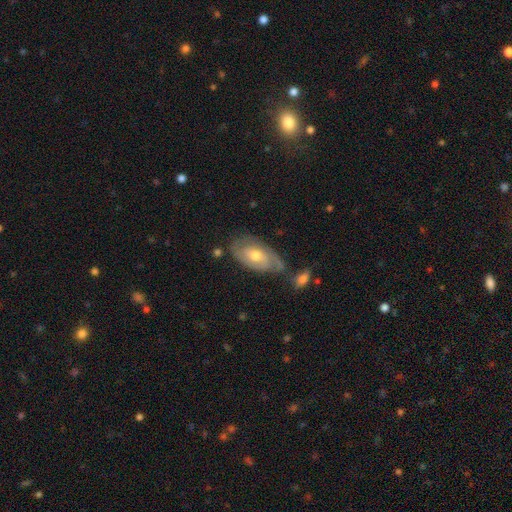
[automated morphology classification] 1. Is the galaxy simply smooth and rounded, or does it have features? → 70% featured or disk, 23% smooth, 6% star or artifact.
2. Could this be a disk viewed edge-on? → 93% no, 7% yes.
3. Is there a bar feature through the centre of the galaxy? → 67% no, 28% weak, 5% strong.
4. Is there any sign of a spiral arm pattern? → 86% yes, 14% no.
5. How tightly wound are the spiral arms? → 59% tight, 31% medium, 9% loose.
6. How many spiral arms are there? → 58% 2, 27% can't tell, 6% 3, 5% 1, 2% 4, 2% more than 4.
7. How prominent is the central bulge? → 67% moderate, 27% small, 4% large, 1% none, 1% dominant.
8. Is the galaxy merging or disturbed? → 65% none, 21% minor disturbance, 7% merger, 7% major disturbance.